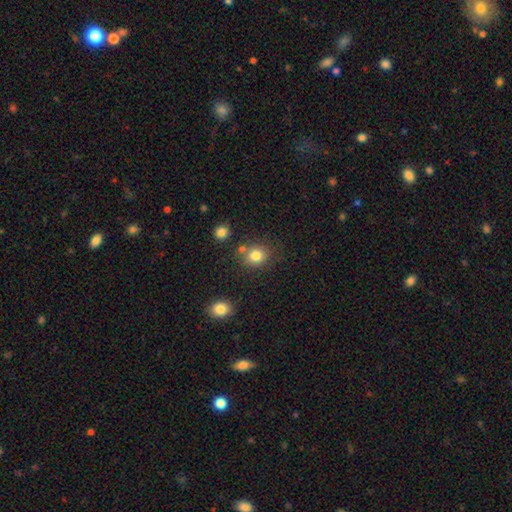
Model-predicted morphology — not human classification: This is clearly a smooth galaxy (82%). How rounded: likely round (74%). Merging: likely none (72%).